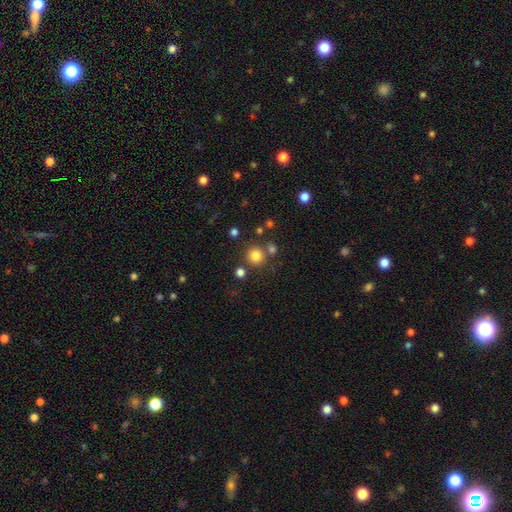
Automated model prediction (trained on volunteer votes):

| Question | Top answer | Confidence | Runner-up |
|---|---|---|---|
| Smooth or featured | smooth | 80% | star or artifact (14%) |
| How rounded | round | 92% | in between (7%) |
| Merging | none | 77% | merger (11%) |